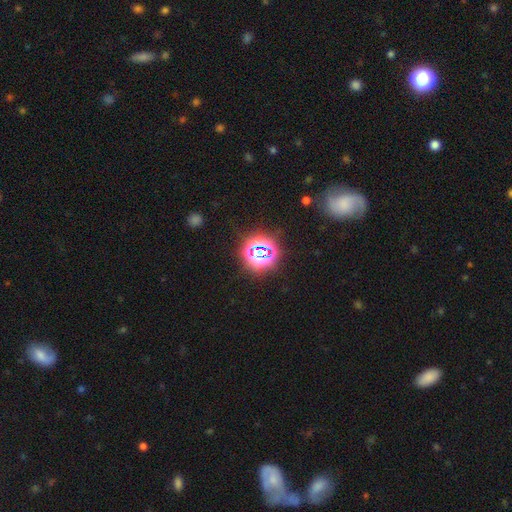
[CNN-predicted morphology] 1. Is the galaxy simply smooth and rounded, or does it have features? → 72% star or artifact, 19% smooth, 9% featured or disk.